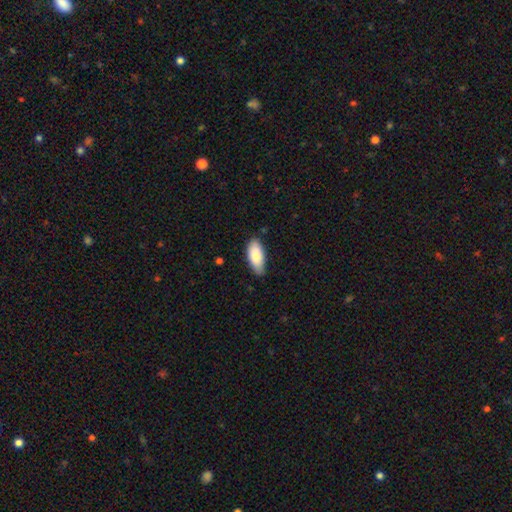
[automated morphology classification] Overall: smooth (83%). How rounded: in between (89%). Merging: none (75%).